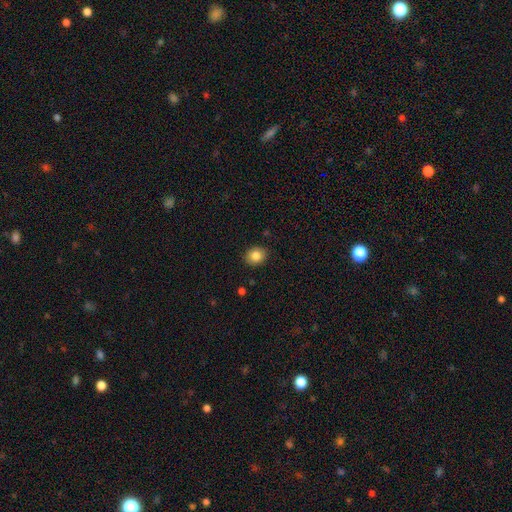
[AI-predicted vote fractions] Smooth or featured? Predicted: smooth (p=0.84). How rounded? Predicted: round (p=0.60). Merging? Predicted: none (p=0.89).